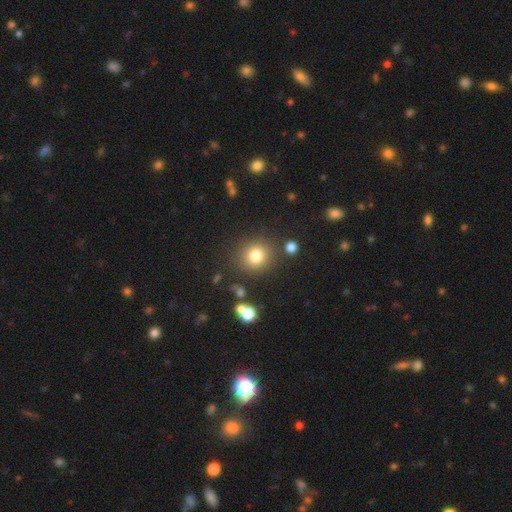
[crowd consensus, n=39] Morphology: type=smooth (87%); roundness=round (94%); merging=none (86%).